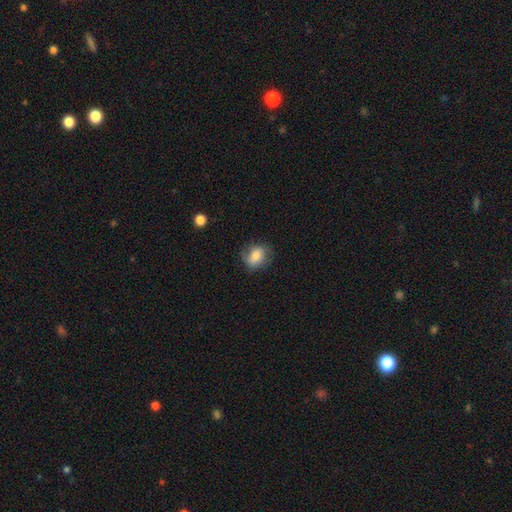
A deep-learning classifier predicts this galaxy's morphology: smooth_or_featured: smooth (p=0.74) [alt: featured or disk p=0.18]
how_rounded: in between (p=0.53) [alt: round p=0.46]
merging: none (p=0.69) [alt: minor disturbance p=0.22]